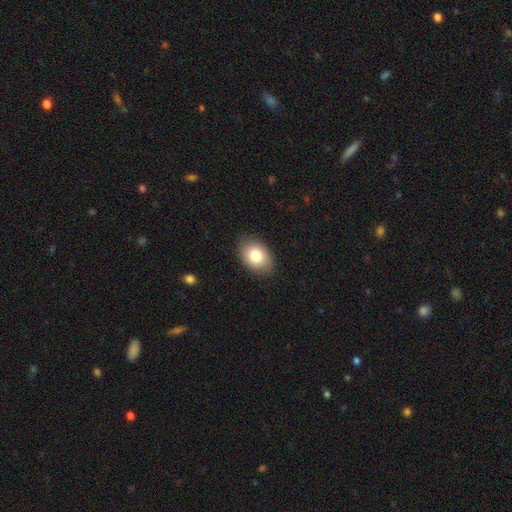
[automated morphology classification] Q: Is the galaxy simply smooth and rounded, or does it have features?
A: smooth — 82%.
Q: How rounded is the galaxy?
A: in between — 82%.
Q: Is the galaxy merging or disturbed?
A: none — 86%.